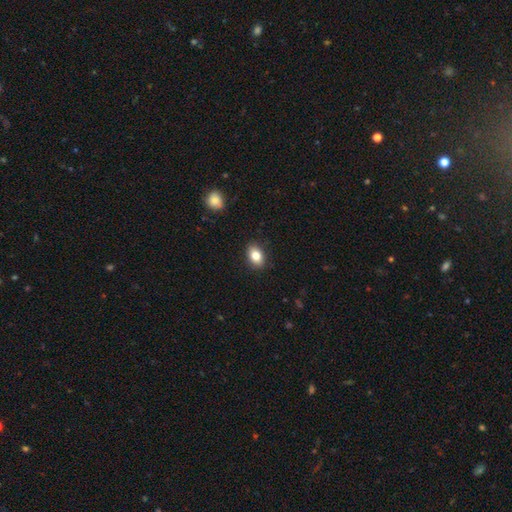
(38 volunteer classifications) Q: Smooth or featured?
A: smooth (87%); runner-up: featured or disk (8%)
Q: How rounded?
A: in between (79%); runner-up: round (18%)
Q: Merging?
A: none (86%); runner-up: minor disturbance (8%)